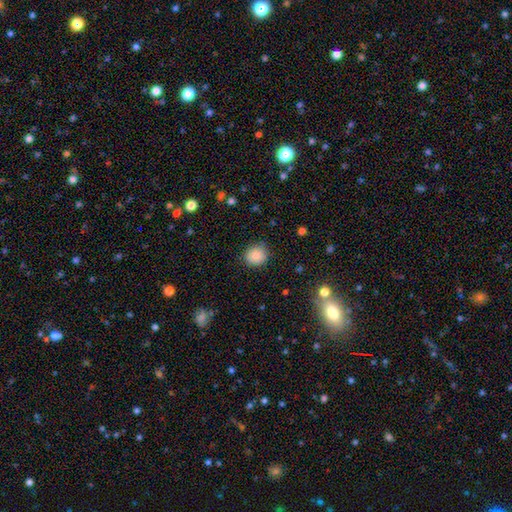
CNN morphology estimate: smooth-or-featured: smooth: 86% | star or artifact: 9% | featured or disk: 5%
  how-rounded: round: 84% | in between: 15% | cigar-shaped: 1%
  merging: none: 86% | minor disturbance: 10% | major disturbance: 3% | merger: 1%